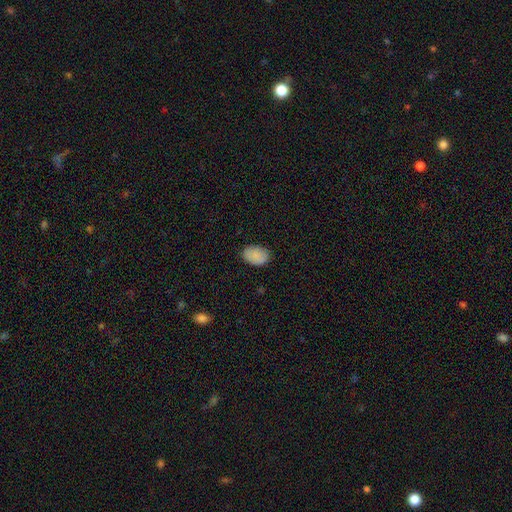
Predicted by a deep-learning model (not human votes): A smooth galaxy with no disk features (87%) that is in between round and cigar-shaped (85%). Merging: none (84%).